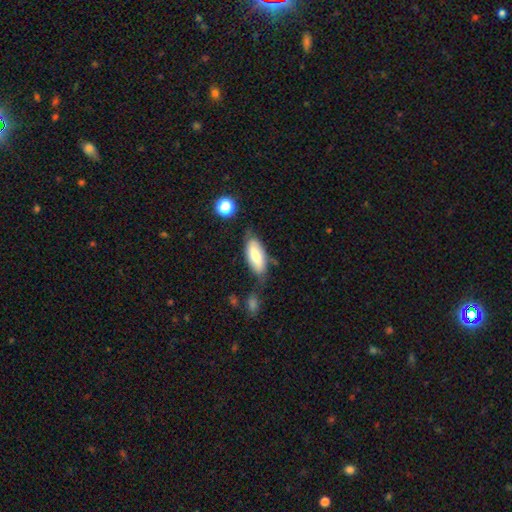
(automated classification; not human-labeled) smooth 67%, featured or disk 26%, star or artifact 7%. Down the decision tree: how rounded — in between (81%); merging — none (58%).